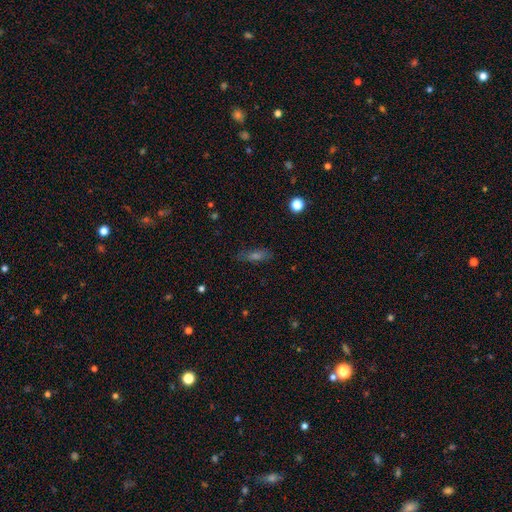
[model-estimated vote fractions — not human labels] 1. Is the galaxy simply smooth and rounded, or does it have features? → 47% smooth, 29% featured or disk, 24% star or artifact.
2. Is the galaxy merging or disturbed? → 80% none, 14% minor disturbance, 4% major disturbance, 2% merger.